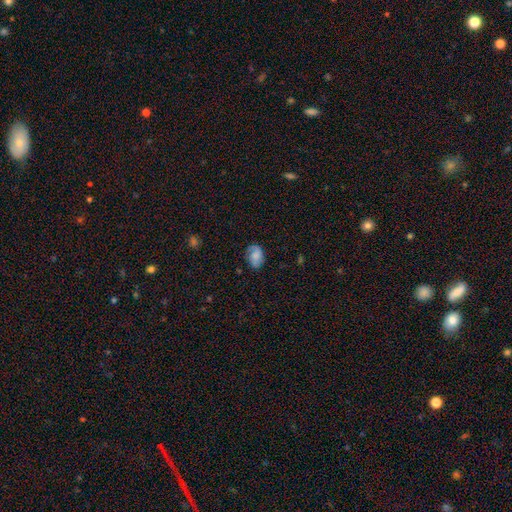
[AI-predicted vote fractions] Smooth or featured?
  - smooth: 49% *
  - featured or disk: 42%
  - star or artifact: 9%
Merging?
  - none: 73% *
  - minor disturbance: 20%
  - major disturbance: 6%
  - merger: 1%